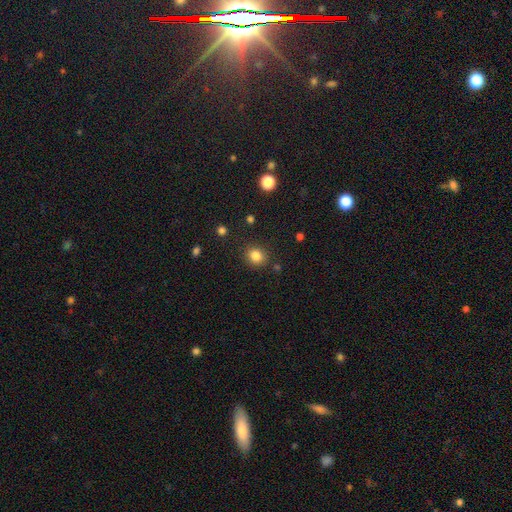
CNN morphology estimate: This is clearly a smooth galaxy (84%). How rounded: likely round (79%). Merging: clearly none (86%).